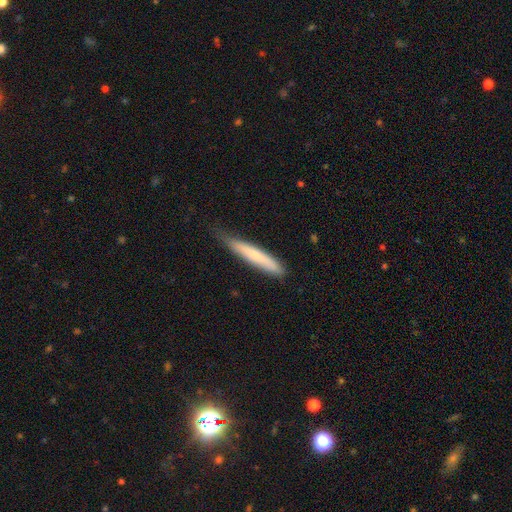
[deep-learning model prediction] Smooth or featured? smooth (67%)
How rounded? cigar-shaped (94%)
Merging? none (67%)